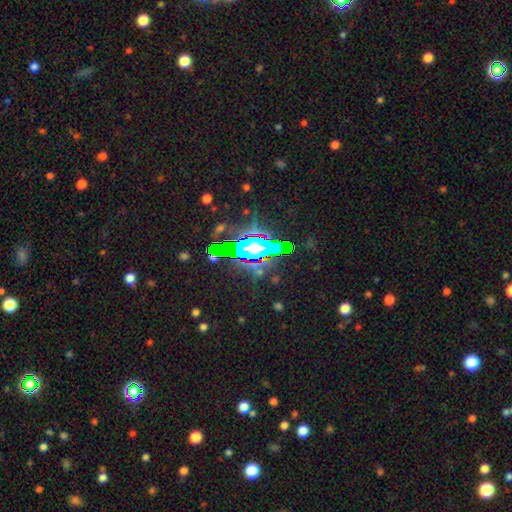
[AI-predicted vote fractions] Q: Smooth or featured?
A: star or artifact (71%); runner-up: featured or disk (15%)